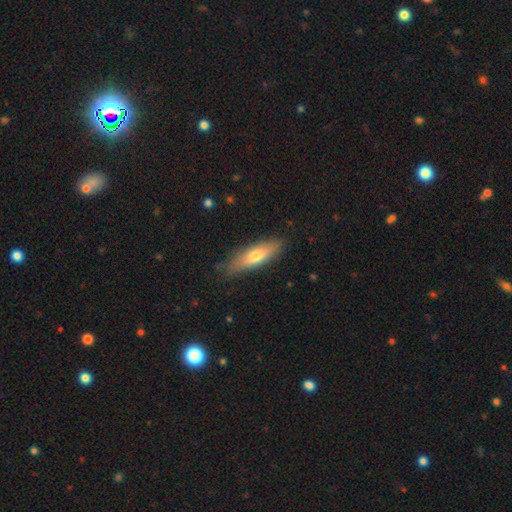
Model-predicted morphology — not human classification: Overall: smooth (66%; featured or disk 28%). How rounded: cigar-shaped (55%; in between 43%). Merging: none (83%).